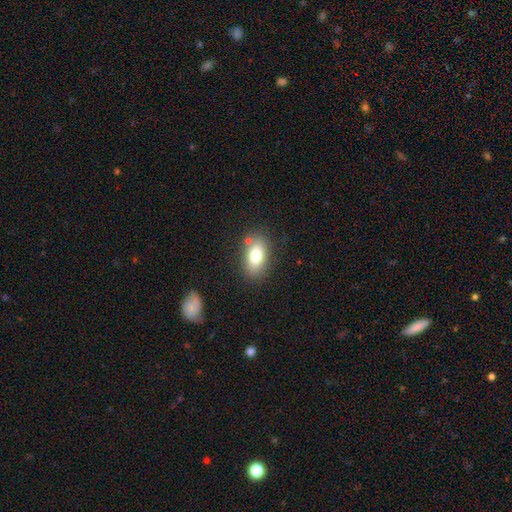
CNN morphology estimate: smooth-or-featured: smooth: 79% | featured or disk: 13% | star or artifact: 8%
  how-rounded: in between: 89% | round: 7% | cigar-shaped: 4%
  merging: none: 78% | minor disturbance: 13% | merger: 5% | major disturbance: 4%